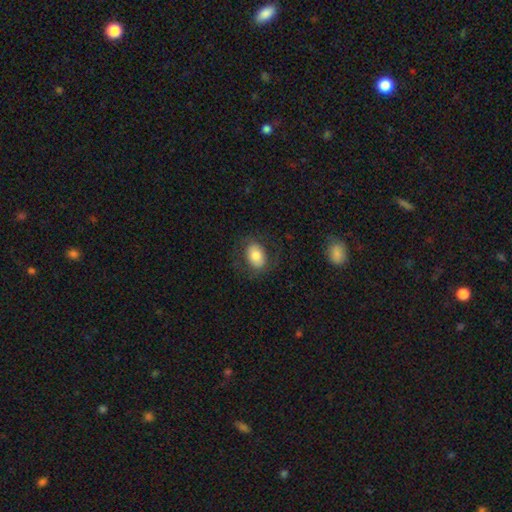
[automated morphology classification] Smooth or featured: smooth — 75% (featured or disk — 18%)
How rounded: in between — 75% (round — 24%)
Merging: none — 76% (minor disturbance — 14%)